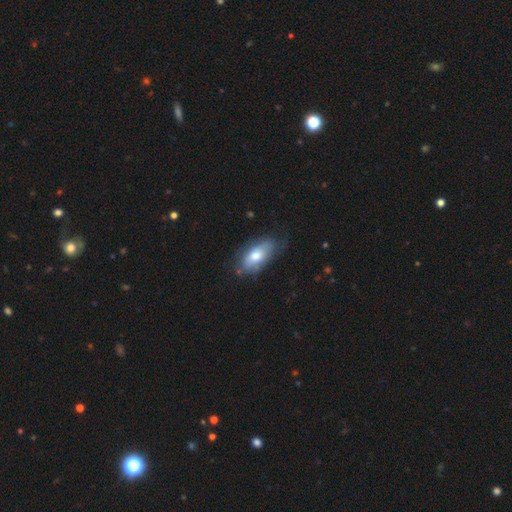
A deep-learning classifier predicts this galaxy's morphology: smooth-or-featured: smooth: 63% | featured or disk: 31% | star or artifact: 7%
  how-rounded: in between: 89% | cigar-shaped: 7% | round: 3%
  merging: none: 61% | minor disturbance: 29% | major disturbance: 8% | merger: 2%